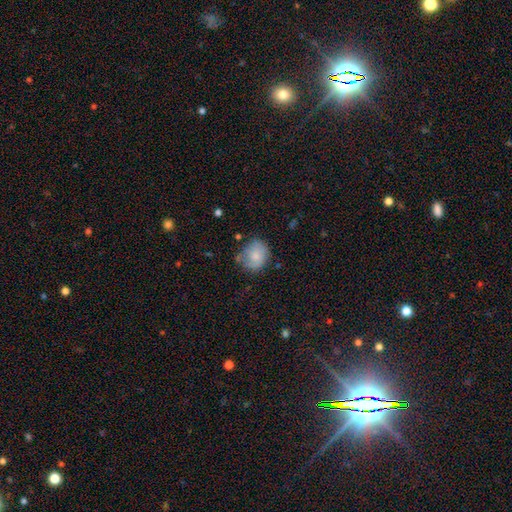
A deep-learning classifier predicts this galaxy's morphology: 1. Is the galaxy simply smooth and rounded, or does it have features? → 72% smooth, 20% featured or disk, 8% star or artifact.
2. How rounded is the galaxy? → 64% round, 35% in between, 1% cigar-shaped.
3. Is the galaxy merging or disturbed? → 58% none, 29% minor disturbance, 9% major disturbance, 4% merger.